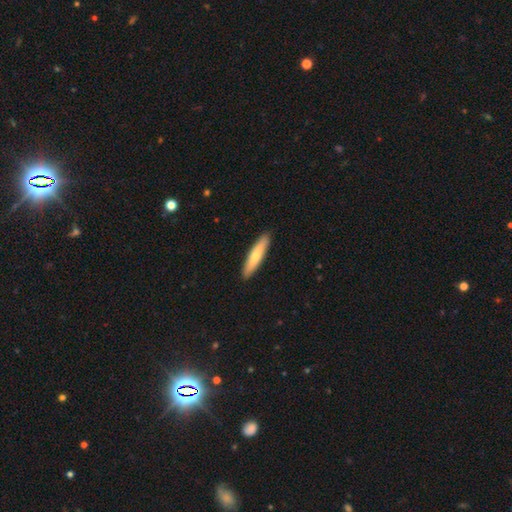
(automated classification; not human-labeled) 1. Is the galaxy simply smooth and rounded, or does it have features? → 69% smooth, 26% featured or disk, 5% star or artifact.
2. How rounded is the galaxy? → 86% cigar-shaped, 13% in between, 1% round.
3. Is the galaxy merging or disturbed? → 91% none, 7% minor disturbance, 1% major disturbance, 1% merger.